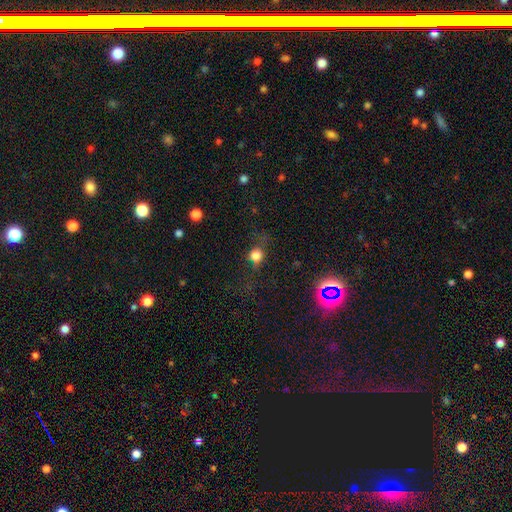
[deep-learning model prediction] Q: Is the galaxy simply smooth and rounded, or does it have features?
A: smooth — 69%.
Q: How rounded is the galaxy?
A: round — 78%.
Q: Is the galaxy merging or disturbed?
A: none — 60%.